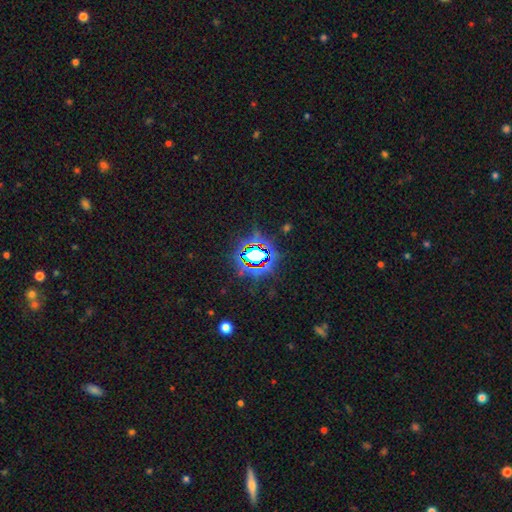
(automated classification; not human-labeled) Smooth or featured? star or artifact (75%)